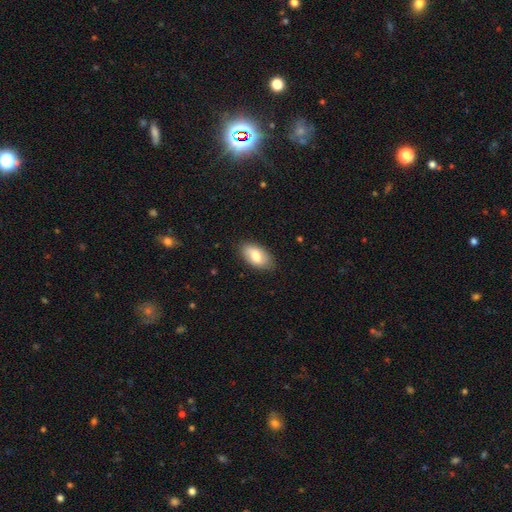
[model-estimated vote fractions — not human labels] Smooth or featured? smooth (76%)
How rounded? in between (94%)
Merging? none (83%)